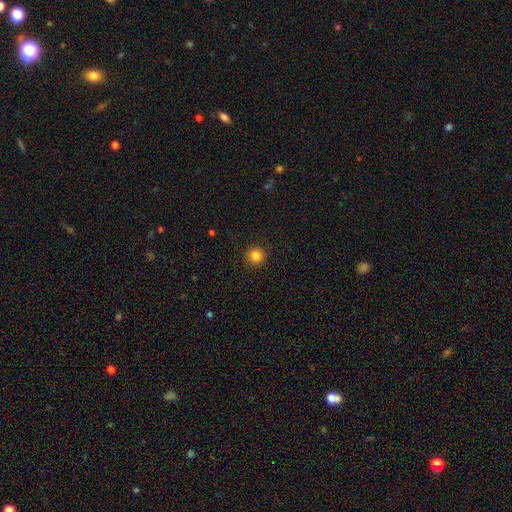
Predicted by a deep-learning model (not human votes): This is clearly a smooth galaxy (83%). How rounded: clearly round (93%). Merging: clearly none (91%).